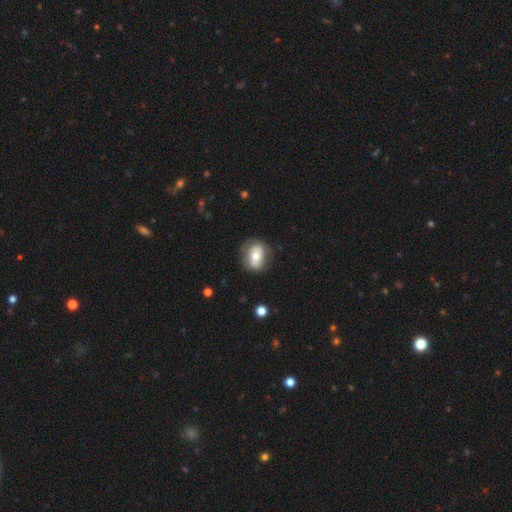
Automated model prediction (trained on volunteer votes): Overall: smooth (61%; featured or disk 31%). How rounded: in between (56%; round 42%). Merging: none (74%).